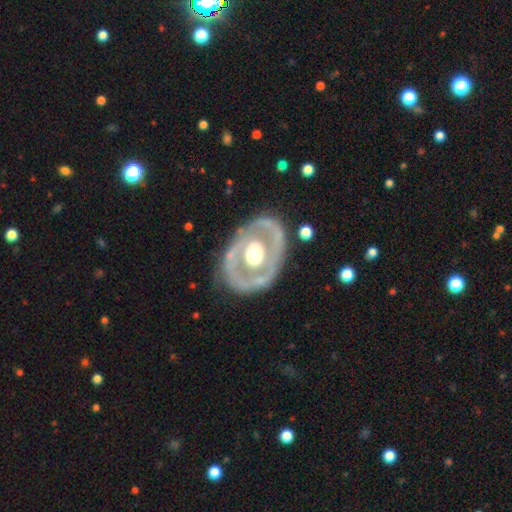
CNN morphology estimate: Smooth or featured: featured or disk — 75% (smooth — 21%)
Edge-on disk: no — 93% (yes — 7%)
Bar: no — 80% (weak — 13%)
Spiral arms: no — 71% (yes — 29%)
Bulge size: moderate — 51% (large — 42%)
Merging: none — 75% (minor disturbance — 16%)